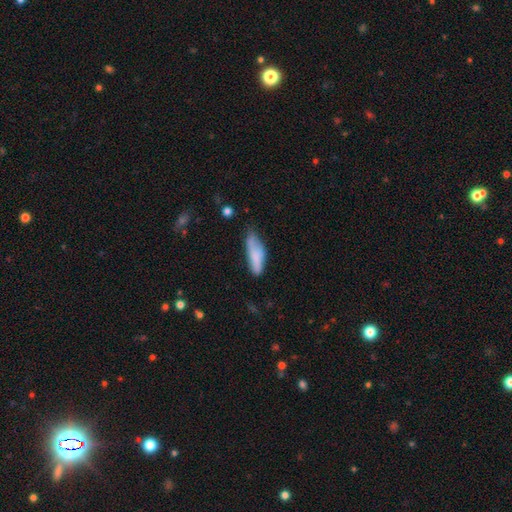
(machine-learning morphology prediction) Q: Smooth or featured?
A: smooth (77%); runner-up: featured or disk (16%)
Q: How rounded?
A: in between (52%); runner-up: cigar-shaped (47%)
Q: Merging?
A: none (46%); runner-up: minor disturbance (38%)